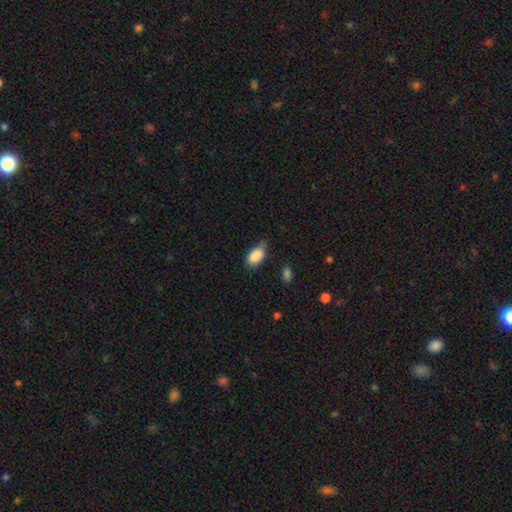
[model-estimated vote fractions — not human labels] Q: Smooth or featured?
A: smooth (88%); runner-up: star or artifact (7%)
Q: How rounded?
A: in between (92%); runner-up: round (6%)
Q: Merging?
A: none (55%); runner-up: minor disturbance (36%)